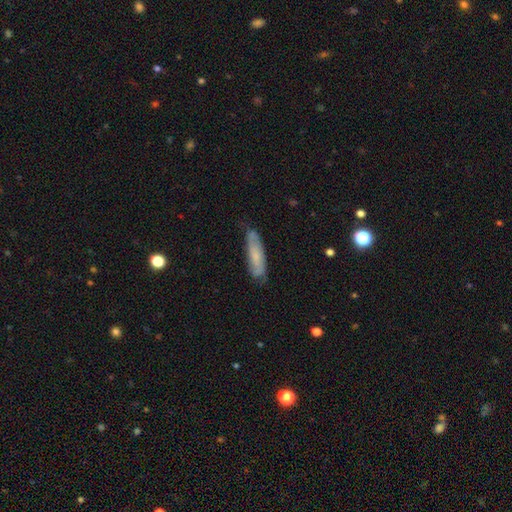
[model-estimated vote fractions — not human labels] Q: Smooth or featured?
A: smooth (51%); runner-up: featured or disk (41%)
Q: How rounded?
A: cigar-shaped (65%); runner-up: in between (34%)
Q: Merging?
A: none (68%); runner-up: minor disturbance (24%)